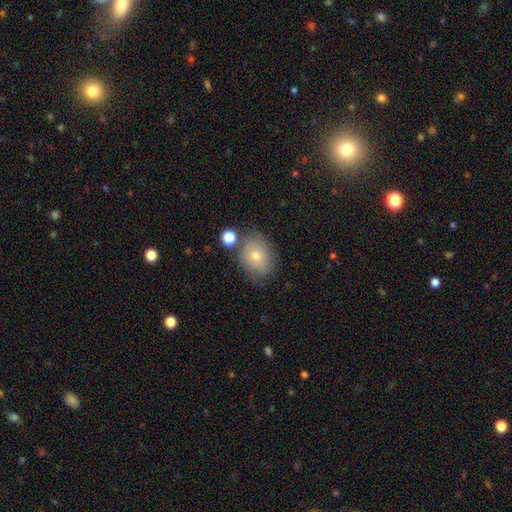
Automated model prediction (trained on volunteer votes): A smooth galaxy with no disk features (67%) that is in between round and cigar-shaped (50%). Merging: none (74%).